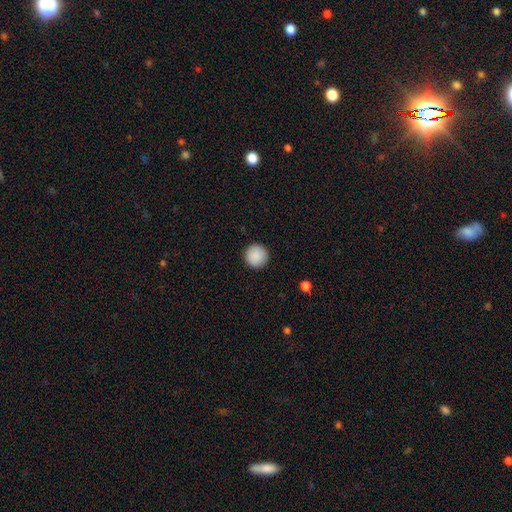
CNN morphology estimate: Smooth or featured: smooth — 90% (star or artifact — 7%)
How rounded: round — 96% (in between — 3%)
Merging: none — 93% (minor disturbance — 5%)